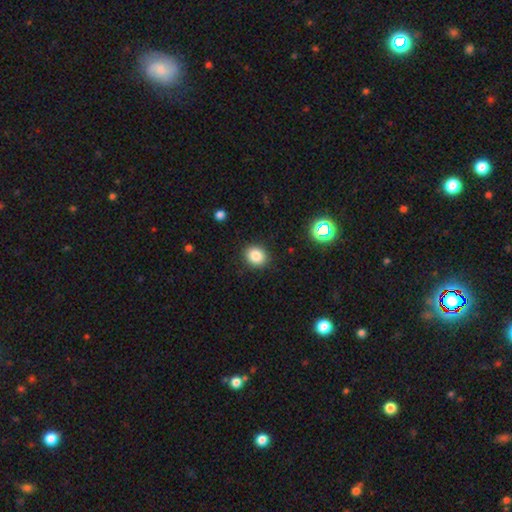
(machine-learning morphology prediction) smooth-or-featured: smooth: 83% | star or artifact: 12% | featured or disk: 5%
  how-rounded: round: 70% | in between: 30% | cigar-shaped: 1%
  merging: none: 89% | minor disturbance: 7% | major disturbance: 2% | merger: 1%